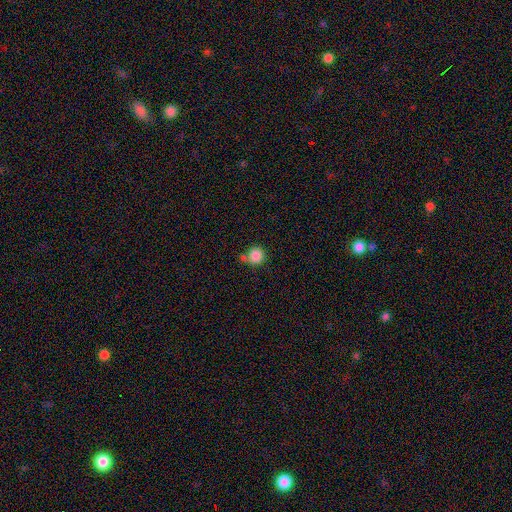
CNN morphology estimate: Smooth or featured?
  - smooth: 86% *
  - star or artifact: 10%
  - featured or disk: 5%
How rounded?
  - round: 92% *
  - in between: 7%
  - cigar-shaped: 1%
Merging?
  - none: 65% *
  - merger: 19%
  - minor disturbance: 12%
  - major disturbance: 4%